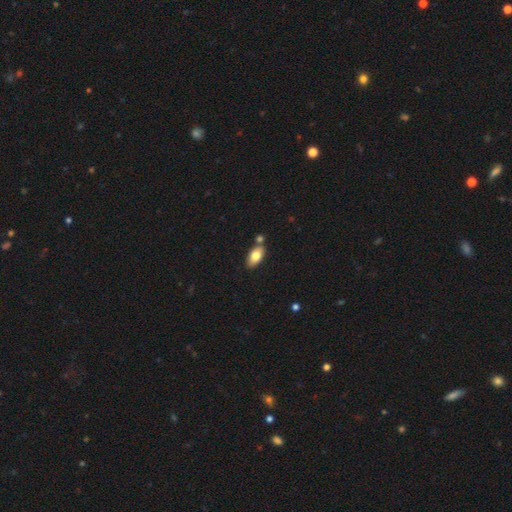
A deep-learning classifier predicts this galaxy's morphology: This appears to be a smooth galaxy with no disk features (78%) that is in between round and cigar-shaped (92%). Merging: none (68%).